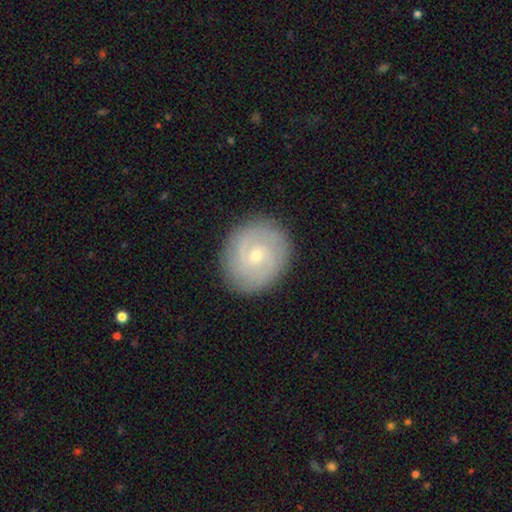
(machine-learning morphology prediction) Q: Smooth or featured?
A: featured or disk (71%); runner-up: smooth (22%)
Q: Edge-on disk?
A: no (97%); runner-up: yes (3%)
Q: Bar?
A: no (55%); runner-up: weak (39%)
Q: Spiral arms?
A: yes (90%); runner-up: no (10%)
Q: Spiral winding?
A: tight (60%); runner-up: medium (32%)
Q: Spiral arm count?
A: 2 (60%); runner-up: can't tell (20%)
Q: Bulge size?
A: small (59%); runner-up: moderate (38%)
Q: Merging?
A: none (87%); runner-up: minor disturbance (9%)